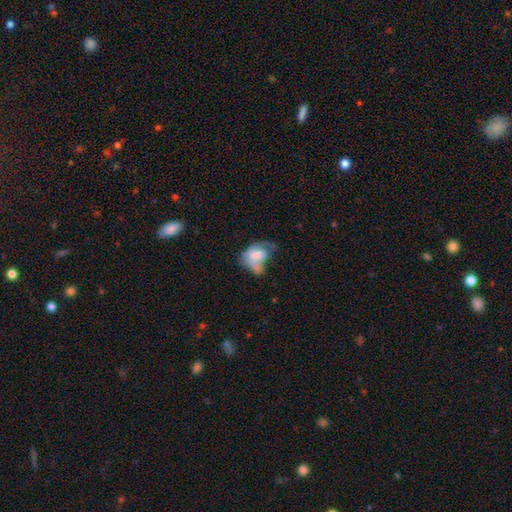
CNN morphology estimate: Overall: smooth (54%; featured or disk 37%). How rounded: in between (79%). Merging: major disturbance (39%; minor disturbance 24%).